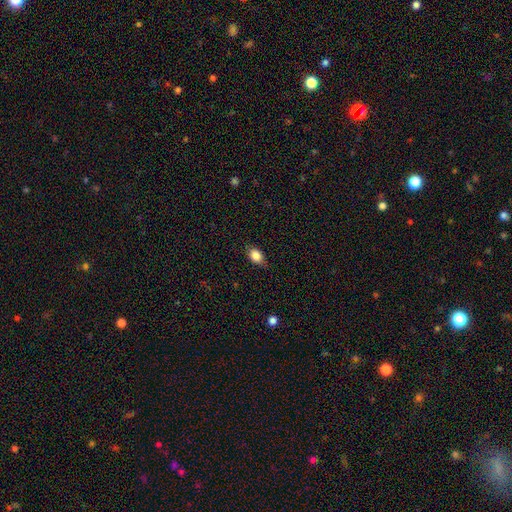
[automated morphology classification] A smooth galaxy with no disk features (85%) that is in between round and cigar-shaped (78%).

Vote fractions:
- Smooth or featured? smooth: 85% / star or artifact: 9% / featured or disk: 6%
- How rounded? in between: 78% / round: 20% / cigar-shaped: 2%
- Merging? none: 79% / minor disturbance: 16% / major disturbance: 3% / merger: 1%